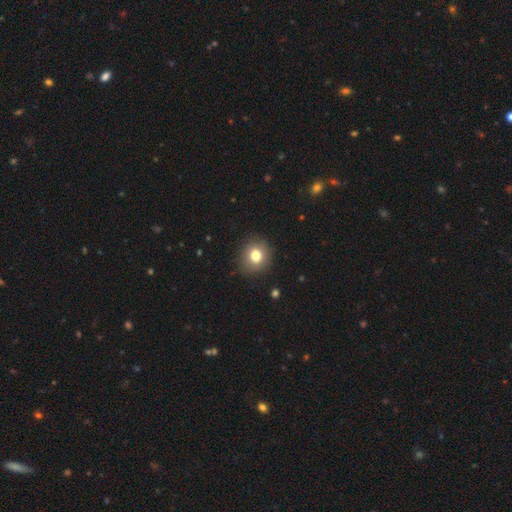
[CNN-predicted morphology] smooth_or_featured: smooth (p=0.78) [alt: star or artifact p=0.11]
how_rounded: round (p=0.84) [alt: in between p=0.15]
merging: none (p=0.89) [alt: minor disturbance p=0.08]